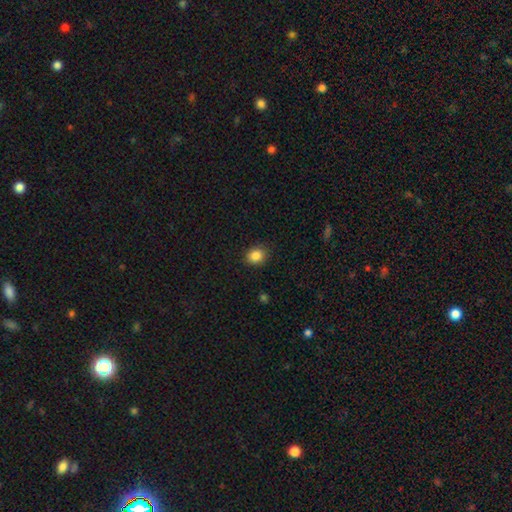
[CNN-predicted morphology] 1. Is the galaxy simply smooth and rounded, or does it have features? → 86% smooth, 10% star or artifact, 4% featured or disk.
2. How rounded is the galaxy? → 66% round, 33% in between, 1% cigar-shaped.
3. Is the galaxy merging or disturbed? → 87% none, 9% minor disturbance, 2% major disturbance, 1% merger.